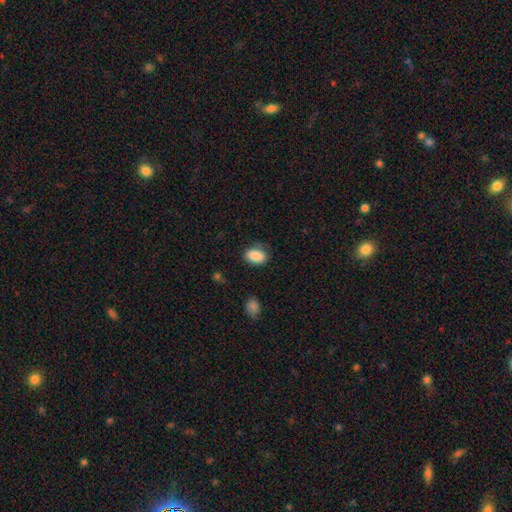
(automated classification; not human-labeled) Smooth or featured? Predicted: smooth (p=0.88). How rounded? Predicted: in between (p=0.89). Merging? Predicted: none (p=0.78).